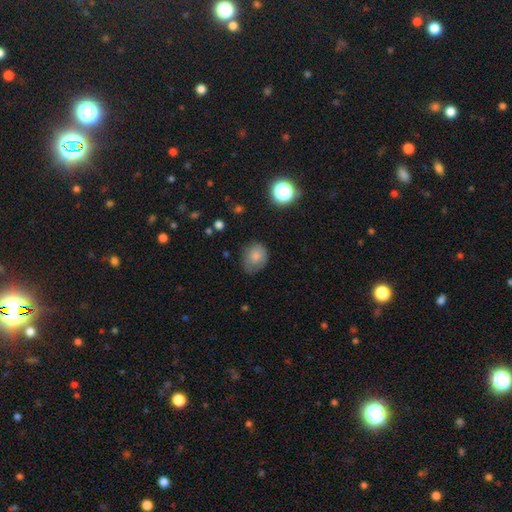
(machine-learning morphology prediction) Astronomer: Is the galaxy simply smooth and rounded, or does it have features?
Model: smooth — 77%.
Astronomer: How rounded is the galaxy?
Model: round — 56% (runner-up: in between, 43%).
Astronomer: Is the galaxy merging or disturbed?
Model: none — 63%.